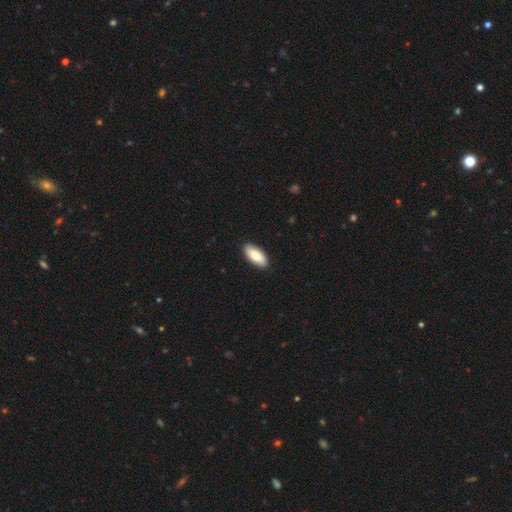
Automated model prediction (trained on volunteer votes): Morphology: type=smooth (82%); roundness=in between (87%); merging=none (90%).